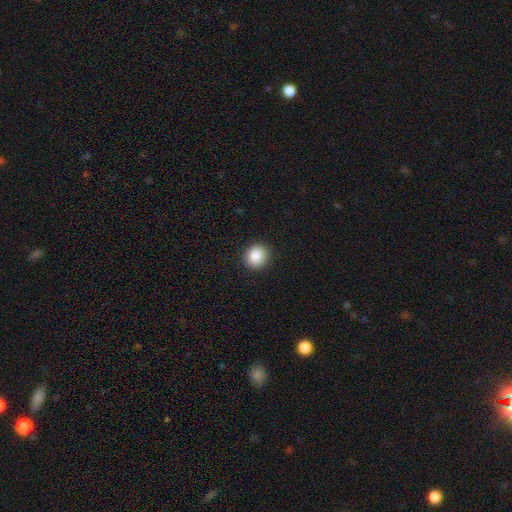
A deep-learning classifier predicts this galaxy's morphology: A smooth galaxy with no disk features (88%) that is round (84%). Merging: none (91%).